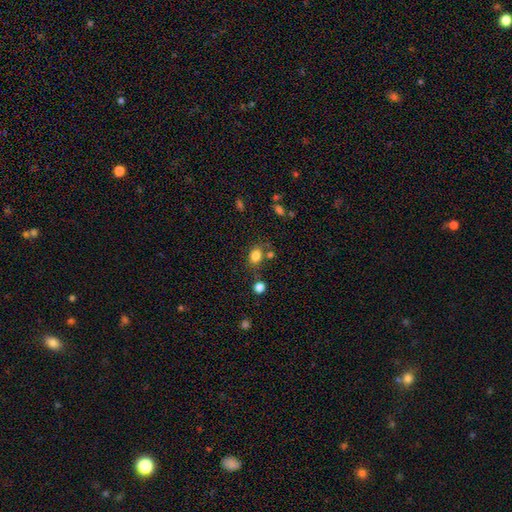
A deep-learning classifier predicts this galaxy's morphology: Smooth or featured: smooth — 82% (star or artifact — 11%)
How rounded: in between — 66% (round — 32%)
Merging: none — 67% (minor disturbance — 16%)